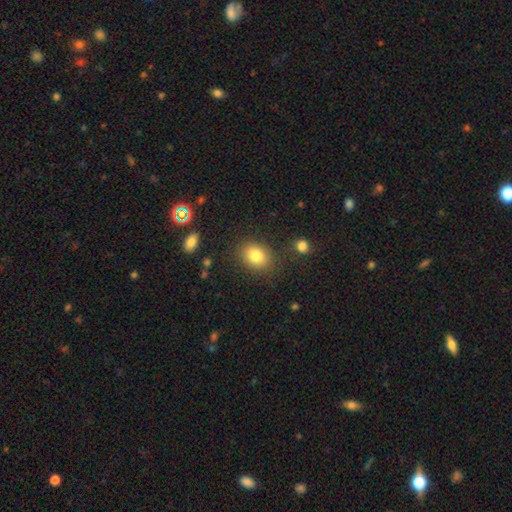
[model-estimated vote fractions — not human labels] Morphology: type=smooth (82%); roundness=in between (56%); merging=none (82%).